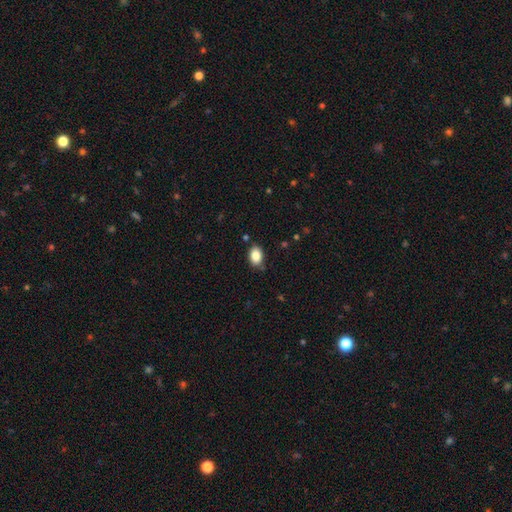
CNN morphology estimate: Smooth or featured?
  - smooth: 86% *
  - star or artifact: 8%
  - featured or disk: 6%
How rounded?
  - in between: 86% *
  - round: 13%
  - cigar-shaped: 1%
Merging?
  - none: 82% *
  - minor disturbance: 13%
  - major disturbance: 3%
  - merger: 2%